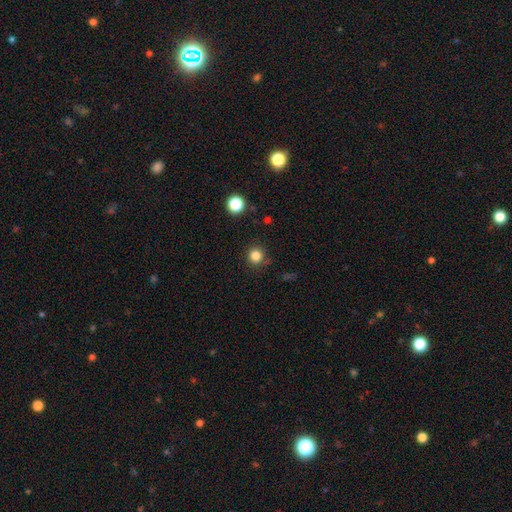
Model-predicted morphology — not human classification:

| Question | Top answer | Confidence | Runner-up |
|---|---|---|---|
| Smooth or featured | smooth | 83% | star or artifact (13%) |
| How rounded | round | 93% | in between (6%) |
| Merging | none | 87% | minor disturbance (8%) |